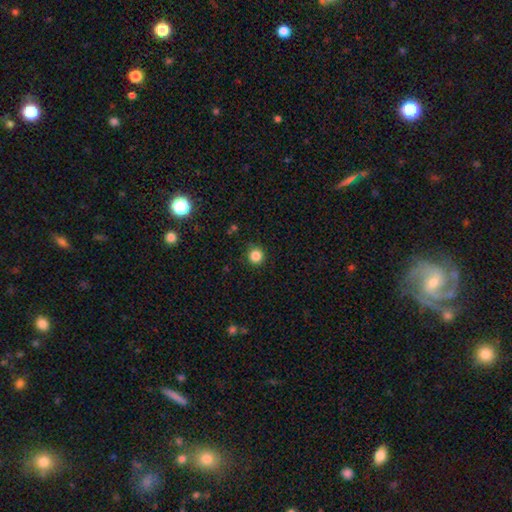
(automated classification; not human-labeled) Smooth or featured: smooth — 85% (star or artifact — 12%)
How rounded: round — 95% (in between — 4%)
Merging: none — 90% (minor disturbance — 7%)